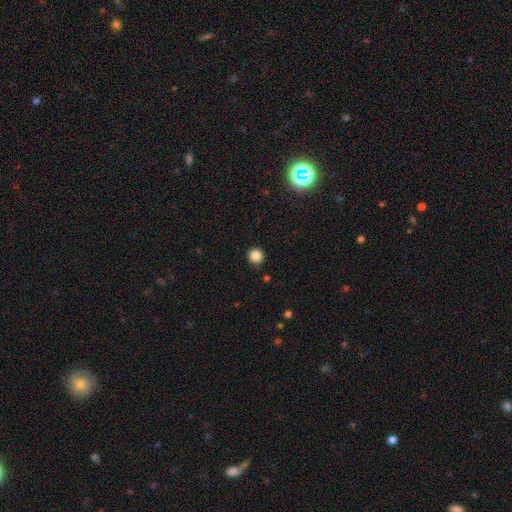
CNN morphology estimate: Smooth or featured?
  - smooth: 86% *
  - star or artifact: 11%
  - featured or disk: 3%
How rounded?
  - round: 95% *
  - in between: 4%
  - cigar-shaped: 1%
Merging?
  - none: 90% *
  - minor disturbance: 6%
  - major disturbance: 2%
  - merger: 1%